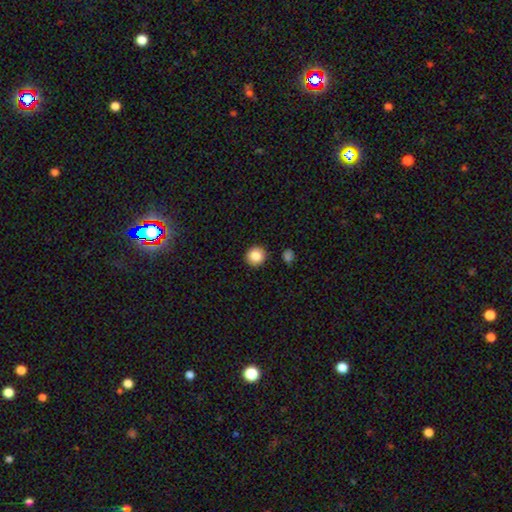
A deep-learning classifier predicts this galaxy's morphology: This appears to be a smooth galaxy with no disk features (86%) that is round (92%). Merging: none (91%).